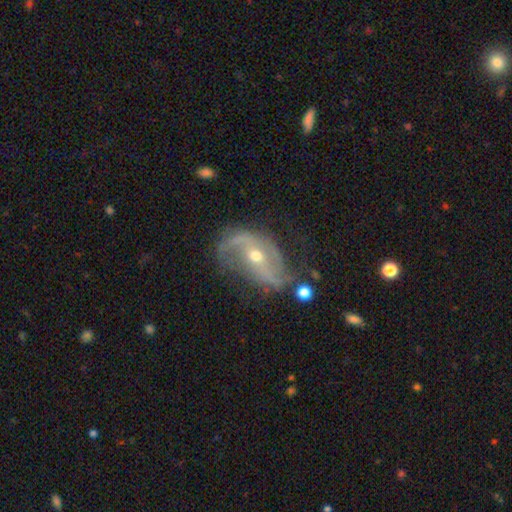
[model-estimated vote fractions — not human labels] This appears to be a featured or disk galaxy (86%) with no bar (43%), 2 (85%) loose (56%) spiral arms (94%) and a moderate central bulge (51%). Merging: none (60%).